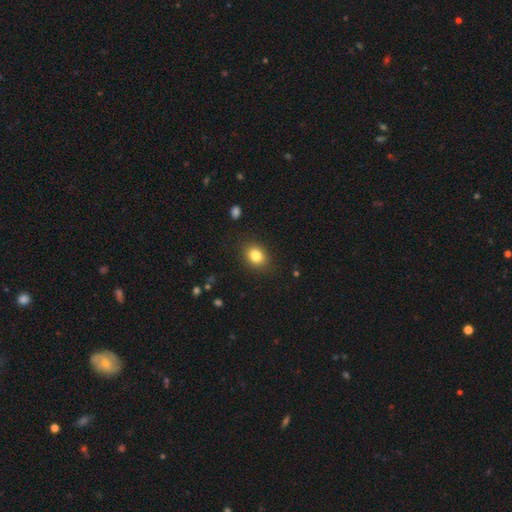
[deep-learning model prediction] Overall: smooth (83%). How rounded: in between (53%; round 46%). Merging: none (87%).